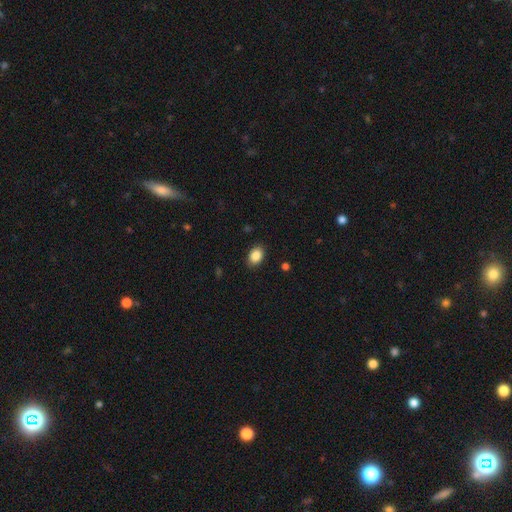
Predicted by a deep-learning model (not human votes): smooth-or-featured: smooth: 88% | star or artifact: 8% | featured or disk: 4%
  how-rounded: in between: 77% | round: 22% | cigar-shaped: 1%
  merging: none: 88% | minor disturbance: 9% | major disturbance: 2% | merger: 1%